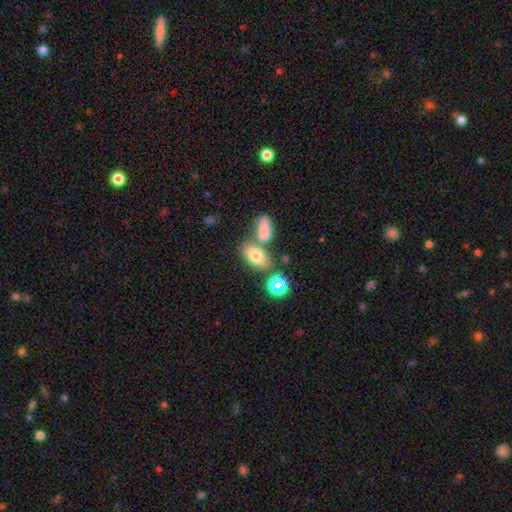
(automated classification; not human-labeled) Overall: smooth (72%). How rounded: in between (87%). Merging: none (51%; merger 32%).